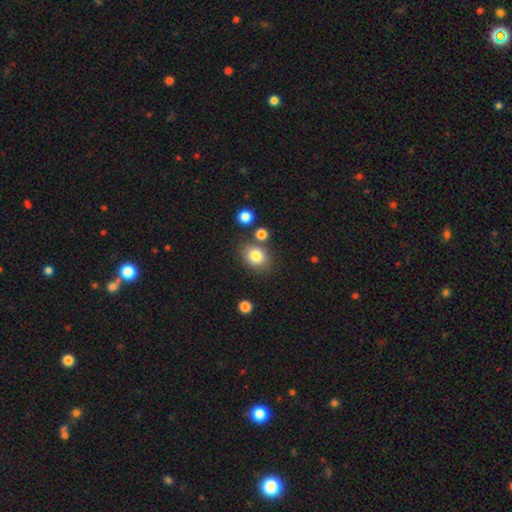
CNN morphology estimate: smooth 81%, star or artifact 10%, featured or disk 8%. Down the decision tree: how rounded — round (50%); merging — none (73%).